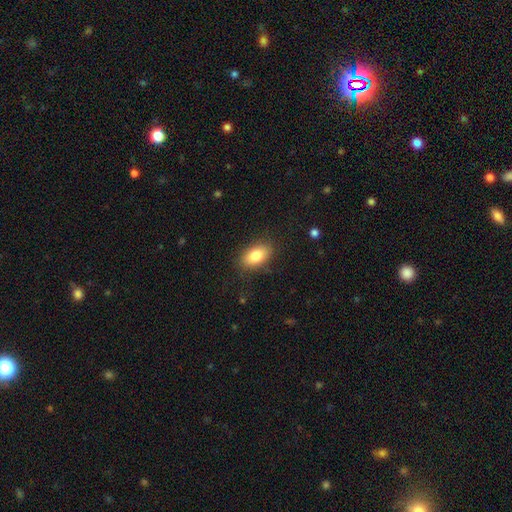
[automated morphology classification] This is clearly a smooth galaxy (82%). How rounded: clearly in between (90%). Merging: clearly none (83%).